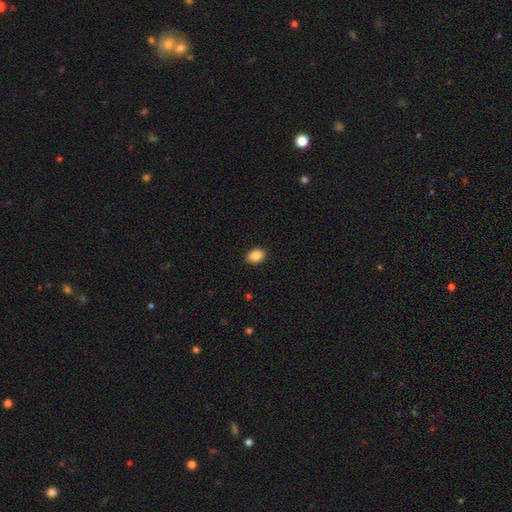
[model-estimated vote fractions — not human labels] Smooth or featured? Predicted: smooth (p=0.88). How rounded? Predicted: in between (p=0.76). Merging? Predicted: none (p=0.90).